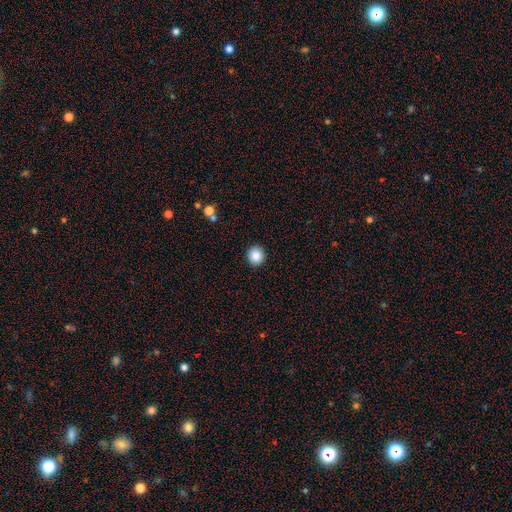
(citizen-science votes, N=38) A smooth galaxy with no disk features (89%) that is round (94%).

Vote fractions:
- Smooth or featured? smooth: 89% / featured or disk: 5% / star or artifact: 5%
- How rounded? round: 94% / in between: 6% / cigar-shaped: 0%
- Merging? none: 100% / minor disturbance: 0% / major disturbance: 0% / merger: 0%